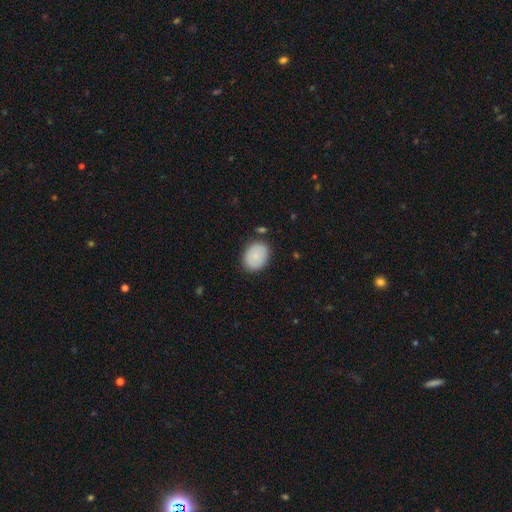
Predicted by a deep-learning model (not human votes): Smooth or featured? smooth (84%)
How rounded? in between (64%)
Merging? none (83%)